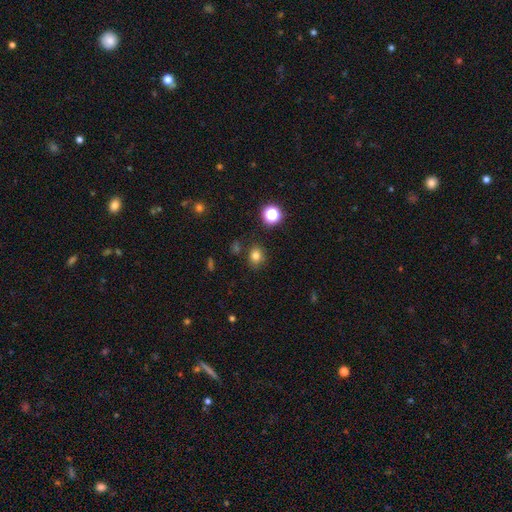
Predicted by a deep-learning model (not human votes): Smooth or featured? smooth (77%)
How rounded? round (62%)
Merging? none (80%)